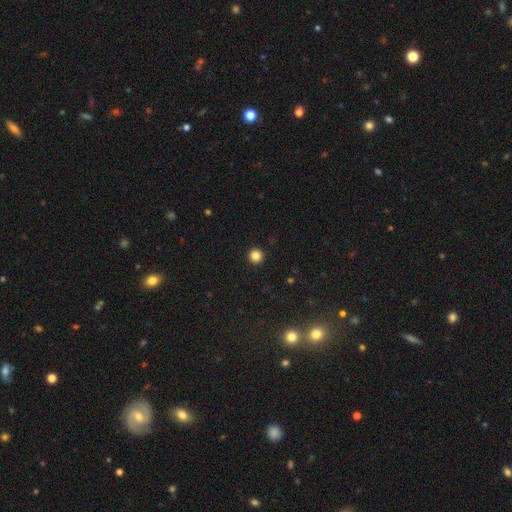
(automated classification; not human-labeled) A smooth galaxy with no disk features (84%) that is round (96%). Merging: none (94%).